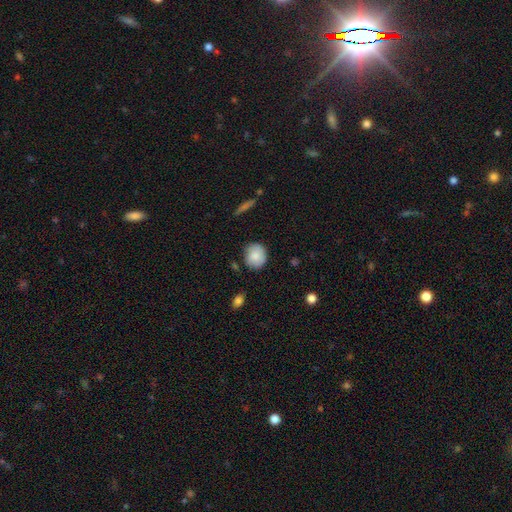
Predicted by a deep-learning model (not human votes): This is clearly a smooth galaxy (82%). How rounded: clearly round (81%). Merging: likely none (76%).